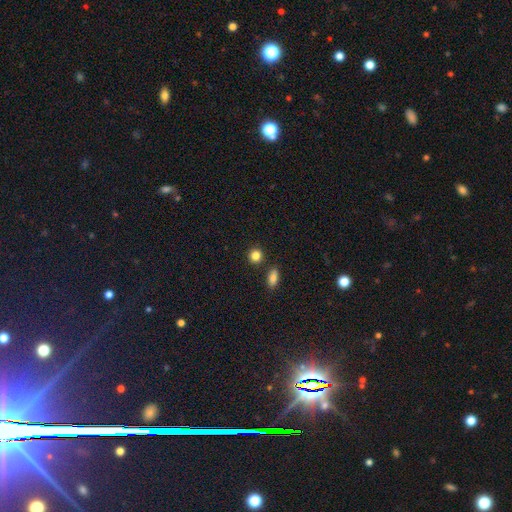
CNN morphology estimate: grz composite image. It shows a smooth galaxy with no disk features (84%) that is round (86%). Merging: none (84%).